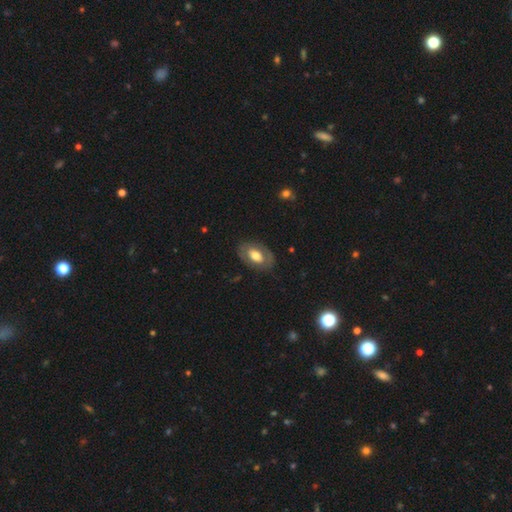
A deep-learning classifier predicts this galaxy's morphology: A smooth galaxy with no disk features (53%) that is in between round and cigar-shaped (88%).

Vote fractions:
- Smooth or featured? smooth: 53% / featured or disk: 41% / star or artifact: 6%
- How rounded? in between: 88% / round: 10% / cigar-shaped: 2%
- Merging? none: 79% / minor disturbance: 14% / major disturbance: 6% / merger: 1%